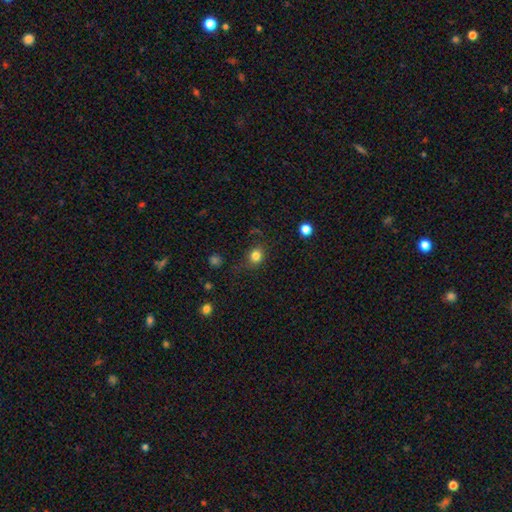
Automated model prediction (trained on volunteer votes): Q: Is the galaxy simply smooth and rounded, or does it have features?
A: smooth — 81%.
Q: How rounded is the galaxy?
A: round — 77%.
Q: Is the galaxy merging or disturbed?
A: none — 76%.